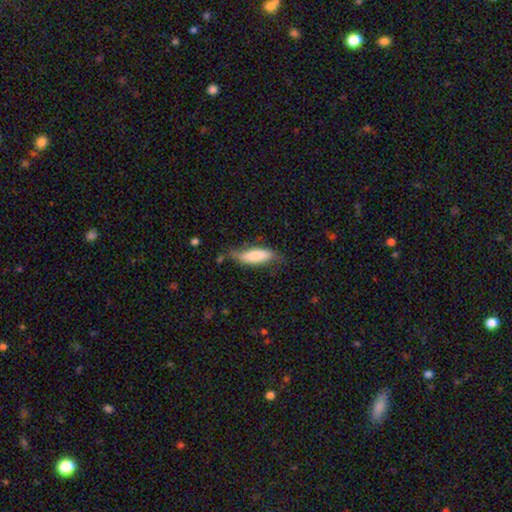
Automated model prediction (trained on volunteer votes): This appears to be a smooth galaxy with no disk features (75%) that is in between round and cigar-shaped (57%). Merging: none (52%).